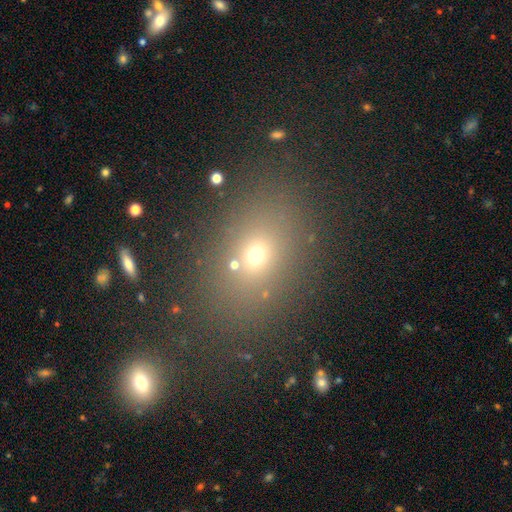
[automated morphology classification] This is likely a smooth galaxy (61%). How rounded: possibly in between (59%). Merging: likely none (77%).